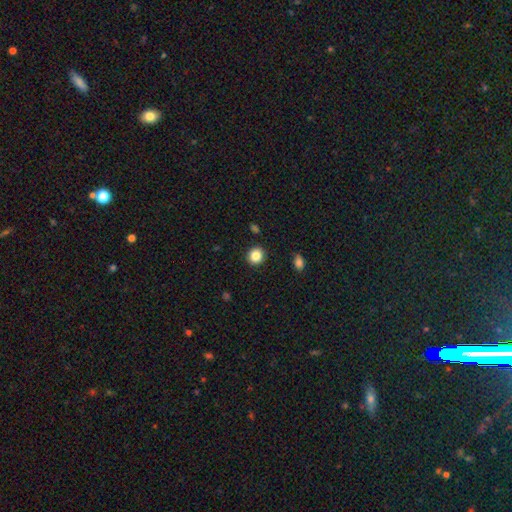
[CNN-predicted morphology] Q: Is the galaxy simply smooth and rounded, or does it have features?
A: smooth — 86%.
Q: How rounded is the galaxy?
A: round — 84%.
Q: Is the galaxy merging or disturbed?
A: none — 90%.